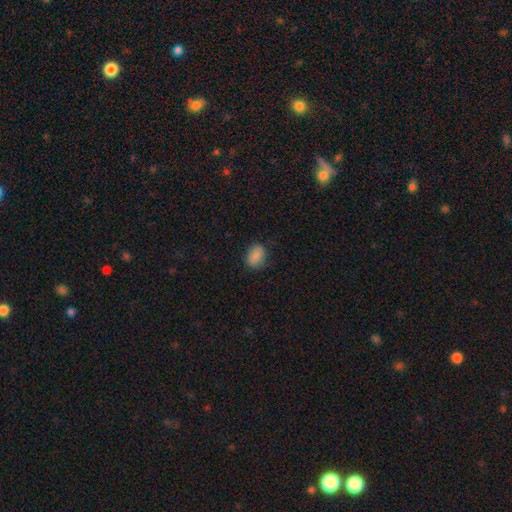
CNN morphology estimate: A smooth galaxy with no disk features (86%) that is in between round and cigar-shaped (68%). Merging: none (80%).